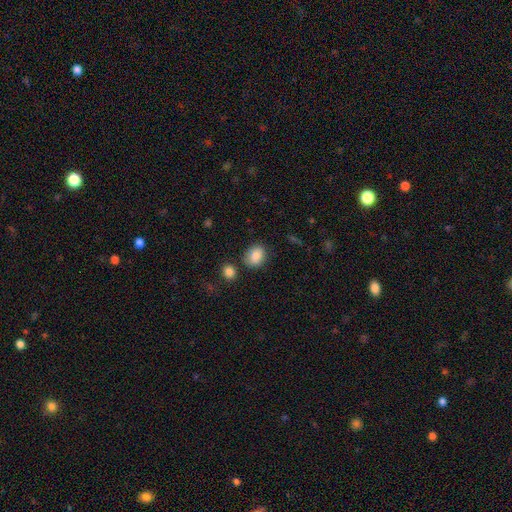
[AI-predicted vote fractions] This is clearly a smooth galaxy (86%). How rounded: possibly in between (53%). Merging: likely none (76%).